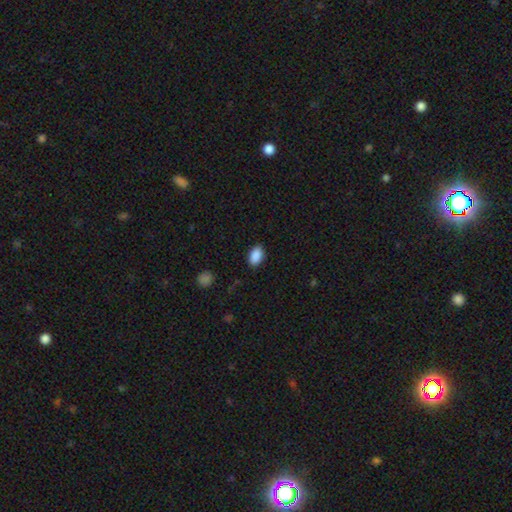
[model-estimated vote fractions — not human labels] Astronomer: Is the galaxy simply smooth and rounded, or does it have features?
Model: smooth — 90%.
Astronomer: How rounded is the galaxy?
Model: in between — 91%.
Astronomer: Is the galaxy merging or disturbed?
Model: none — 86%.